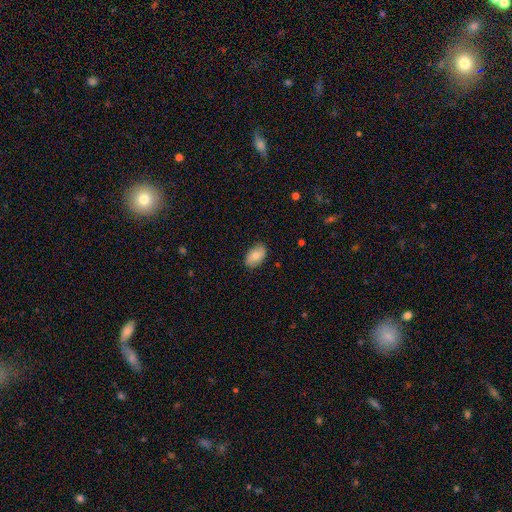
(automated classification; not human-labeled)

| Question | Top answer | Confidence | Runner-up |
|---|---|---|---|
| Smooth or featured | smooth | 76% | featured or disk (17%) |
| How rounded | in between | 91% | round (7%) |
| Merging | none | 84% | minor disturbance (13%) |